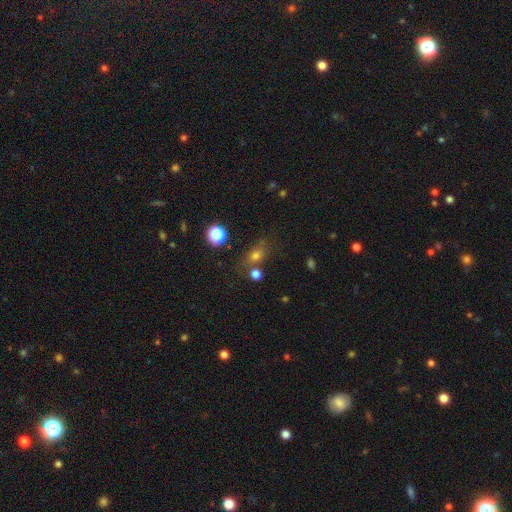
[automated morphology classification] The model was most divided on "how rounded": in between: 54%, round: 42%, cigar-shaped: 4%. More confident: smooth or featured — smooth (70%); merging — none (62%).